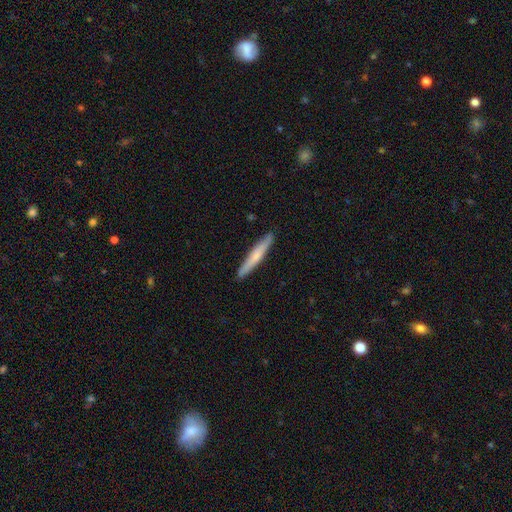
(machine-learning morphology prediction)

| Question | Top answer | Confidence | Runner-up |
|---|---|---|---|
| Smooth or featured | smooth | 59% | featured or disk (36%) |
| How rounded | cigar-shaped | 95% | in between (4%) |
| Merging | none | 91% | minor disturbance (7%) |